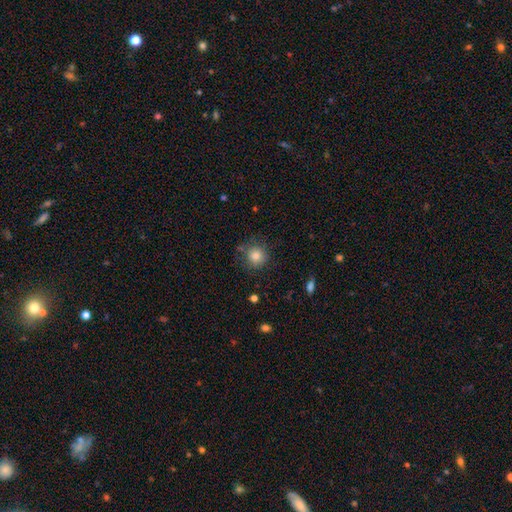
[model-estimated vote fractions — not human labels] Overall: smooth (83%). How rounded: round (92%). Merging: none (81%).